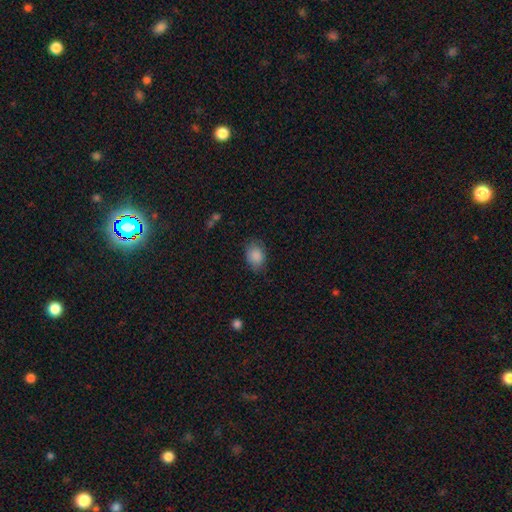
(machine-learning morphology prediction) Q: Smooth or featured?
A: smooth (87%); runner-up: star or artifact (8%)
Q: How rounded?
A: in between (71%); runner-up: round (28%)
Q: Merging?
A: none (74%); runner-up: minor disturbance (20%)